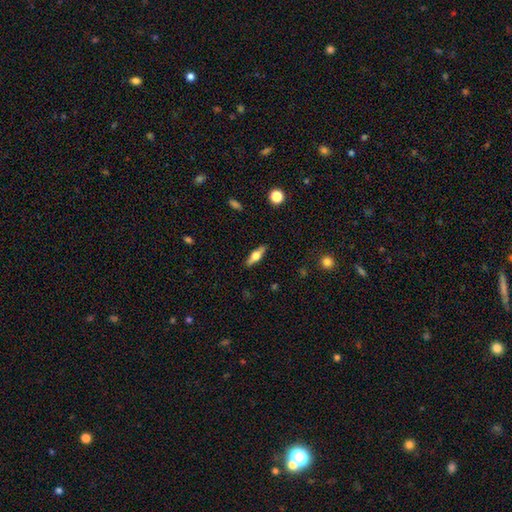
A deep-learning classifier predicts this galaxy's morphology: This appears to be a featured or disk galaxy (51%) viewed edge-on (92%). Merging: none (88%).